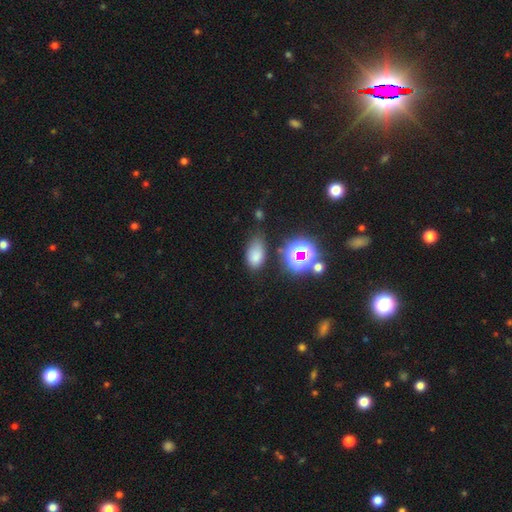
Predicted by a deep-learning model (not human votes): smooth-or-featured: smooth: 71% | star or artifact: 19% | featured or disk: 9%
  how-rounded: in between: 86% | round: 12% | cigar-shaped: 2%
  merging: none: 60% | minor disturbance: 26% | major disturbance: 8% | merger: 6%